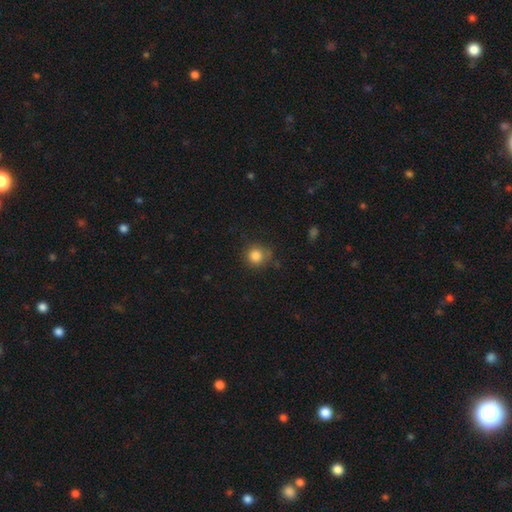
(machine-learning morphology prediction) A smooth galaxy with no disk features (84%) that is round (91%). Merging: none (73%).